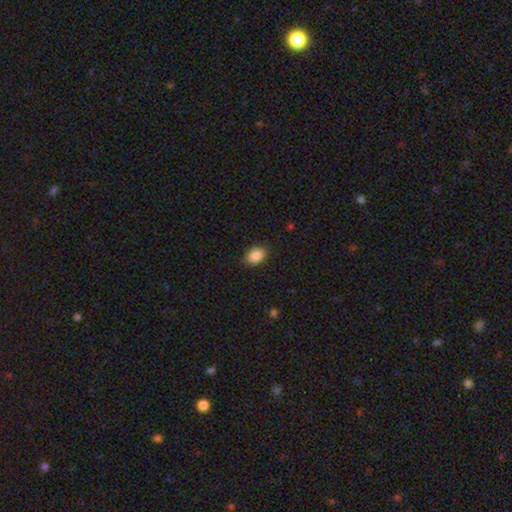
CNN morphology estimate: Smooth or featured? Predicted: smooth (p=0.88). How rounded? Predicted: in between (p=0.77). Merging? Predicted: none (p=0.85).